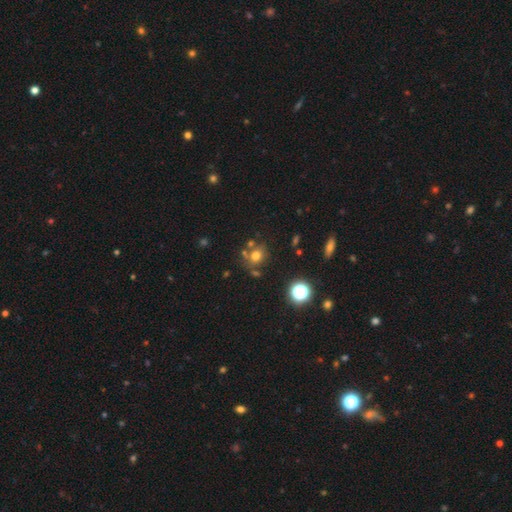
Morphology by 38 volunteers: smooth-or-featured: smooth: 68% | featured or disk: 21% | star or artifact: 11%
  how-rounded: round: 69% | in between: 31% | cigar-shaped: 0%
  merging: none: 44% | merger: 26% | minor disturbance: 24% | major disturbance: 6%